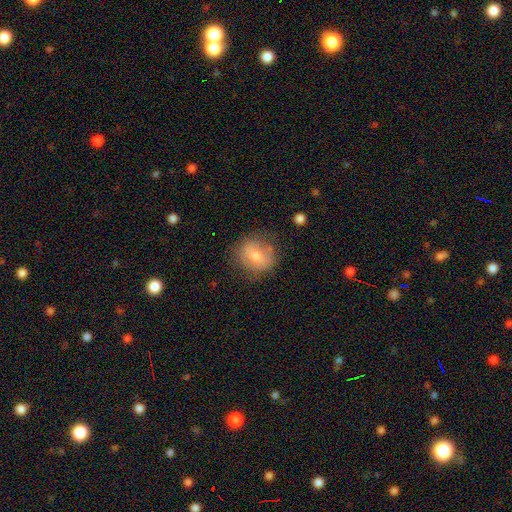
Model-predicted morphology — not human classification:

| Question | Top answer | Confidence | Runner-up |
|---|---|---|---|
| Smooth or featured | smooth | 68% | featured or disk (25%) |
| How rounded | round | 72% | in between (27%) |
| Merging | none | 71% | minor disturbance (20%) |